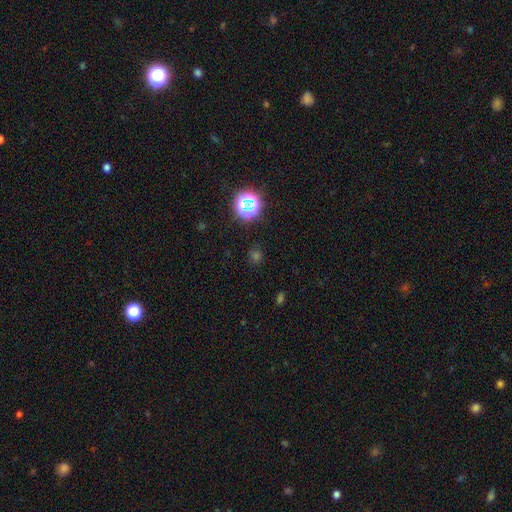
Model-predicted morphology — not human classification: Smooth or featured? star or artifact (53%)